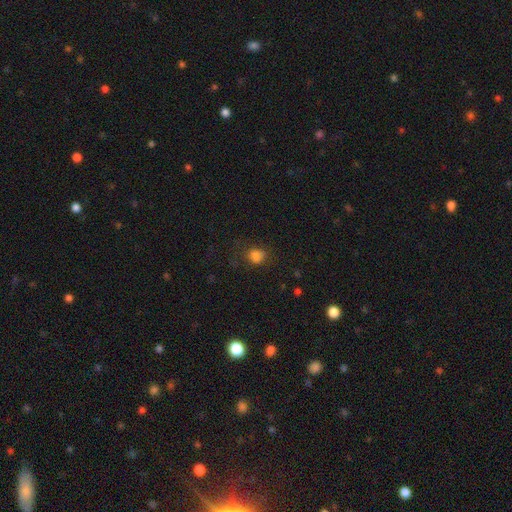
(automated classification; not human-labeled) Overall: smooth (78%). How rounded: round (53%; in between 46%). Merging: none (58%; minor disturbance 23%).